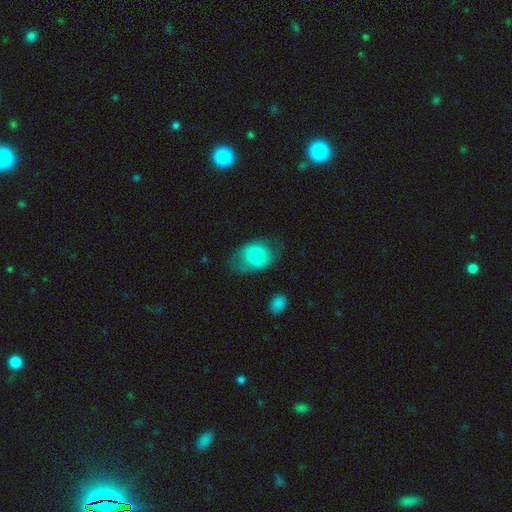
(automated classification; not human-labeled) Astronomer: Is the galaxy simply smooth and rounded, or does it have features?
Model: smooth — 69%.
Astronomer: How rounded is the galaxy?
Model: in between — 68%.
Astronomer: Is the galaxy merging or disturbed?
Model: none — 48% (runner-up: minor disturbance, 29%).